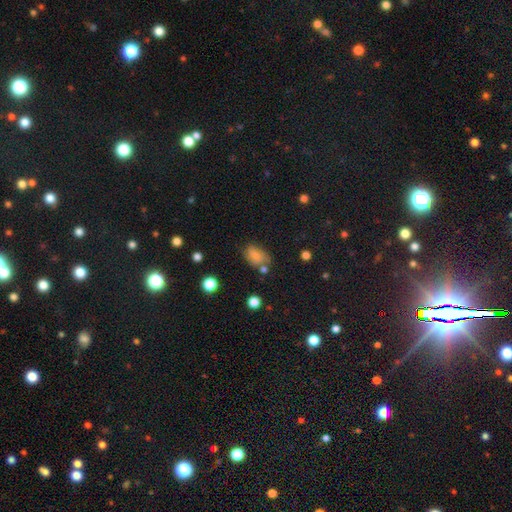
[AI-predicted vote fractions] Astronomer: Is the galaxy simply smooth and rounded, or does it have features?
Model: smooth — 72%.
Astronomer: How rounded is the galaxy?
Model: in between — 84%.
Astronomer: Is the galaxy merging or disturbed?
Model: none — 56%.